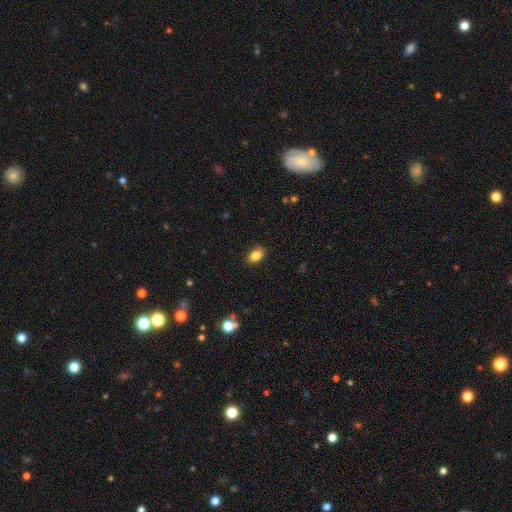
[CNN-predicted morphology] Smooth or featured?
  - smooth: 85% *
  - star or artifact: 9%
  - featured or disk: 6%
How rounded?
  - in between: 81% *
  - round: 17%
  - cigar-shaped: 2%
Merging?
  - none: 84% *
  - minor disturbance: 13%
  - major disturbance: 2%
  - merger: 1%